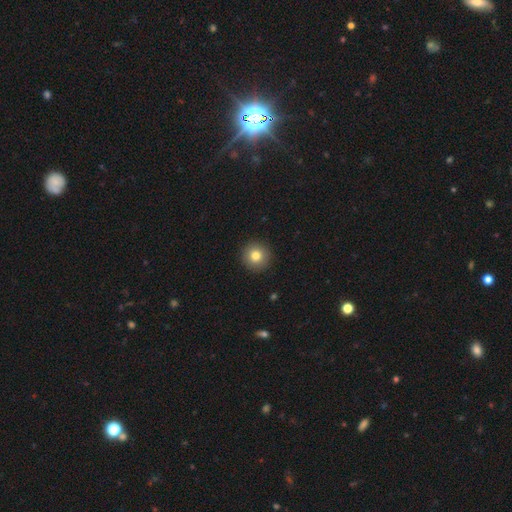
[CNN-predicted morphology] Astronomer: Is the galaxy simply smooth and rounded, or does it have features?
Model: smooth — 80%.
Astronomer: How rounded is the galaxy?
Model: round — 95%.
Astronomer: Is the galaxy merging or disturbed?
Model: none — 93%.